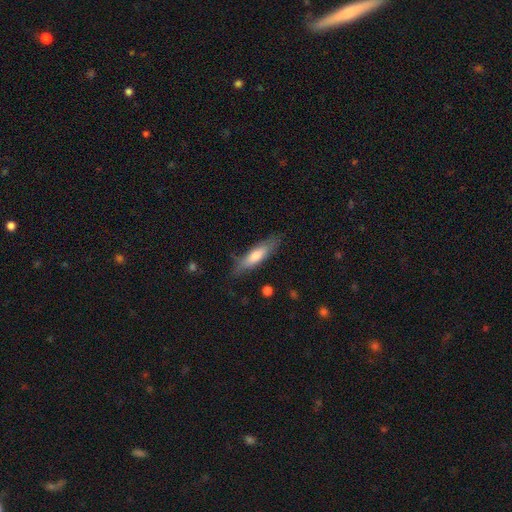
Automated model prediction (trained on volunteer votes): Smooth or featured? smooth (67%)
How rounded? cigar-shaped (67%)
Merging? none (74%)